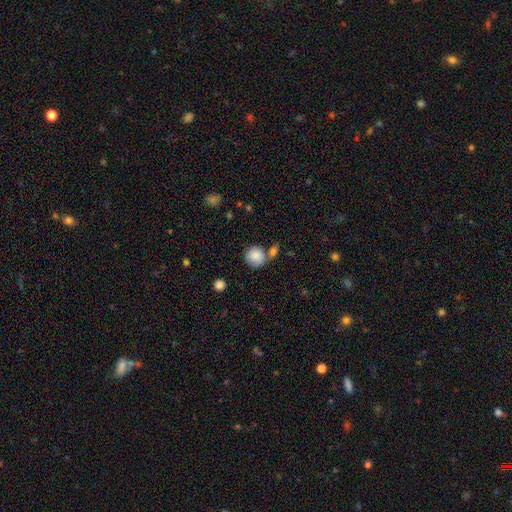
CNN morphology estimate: smooth 85%, featured or disk 8%, star or artifact 7%. Down the decision tree: how rounded — round (88%); merging — none (56%).